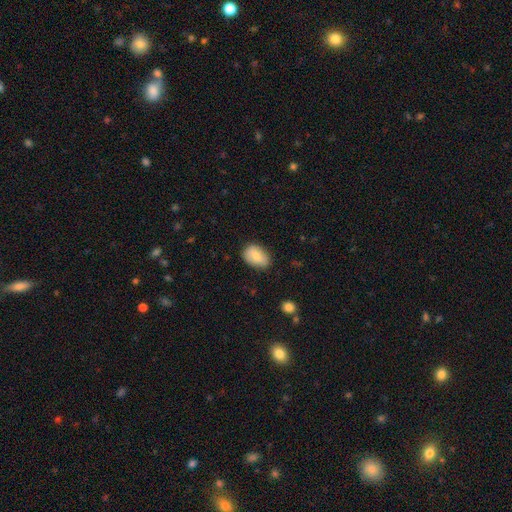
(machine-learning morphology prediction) Smooth or featured? smooth (82%)
How rounded? in between (85%)
Merging? none (74%)